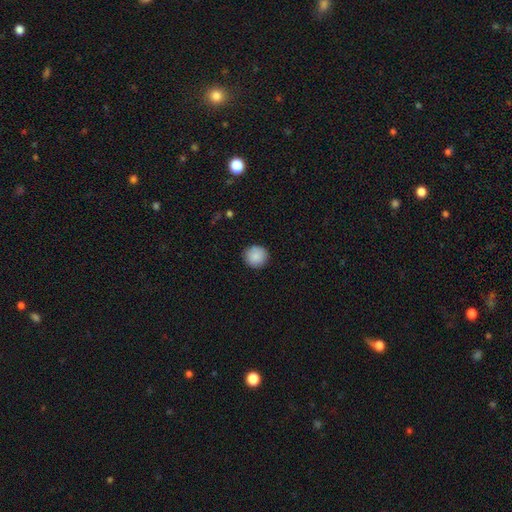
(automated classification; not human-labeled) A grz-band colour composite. It shows a smooth galaxy with no disk features (89%) that is round (94%). Merging: none (91%).